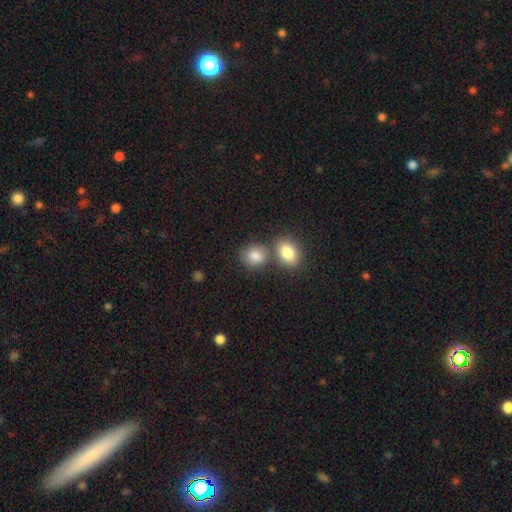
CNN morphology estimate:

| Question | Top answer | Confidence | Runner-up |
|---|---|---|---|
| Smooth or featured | smooth | 83% | star or artifact (9%) |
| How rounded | round | 53% | in between (45%) |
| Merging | none | 56% | merger (27%) |